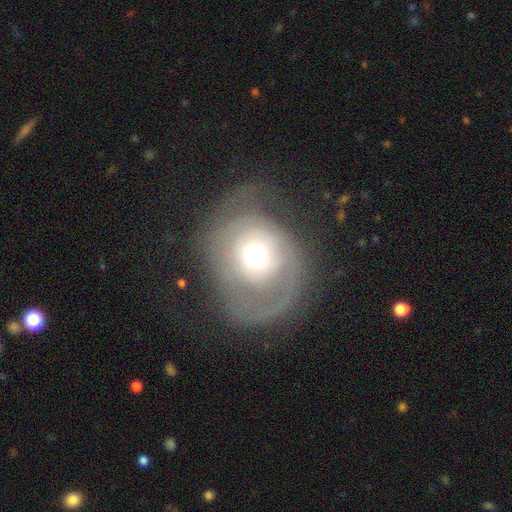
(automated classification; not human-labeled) smooth_or_featured: featured or disk (p=0.47) [alt: smooth p=0.44]
merging: major disturbance (p=0.38) [alt: none p=0.37]